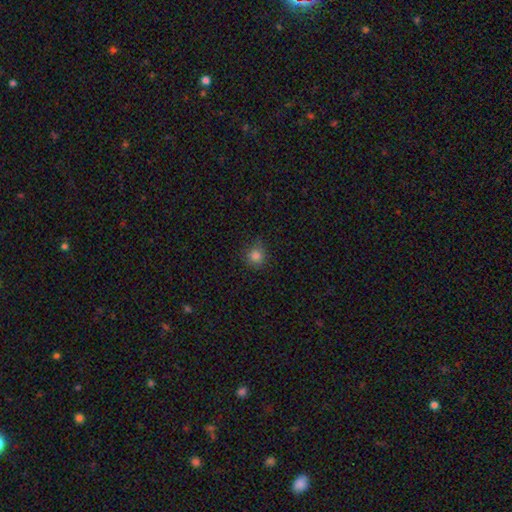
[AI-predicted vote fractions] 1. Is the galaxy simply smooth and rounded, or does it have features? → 83% smooth, 13% star or artifact, 4% featured or disk.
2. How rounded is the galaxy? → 92% round, 7% in between, 1% cigar-shaped.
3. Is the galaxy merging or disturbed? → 81% none, 14% minor disturbance, 3% major disturbance, 1% merger.